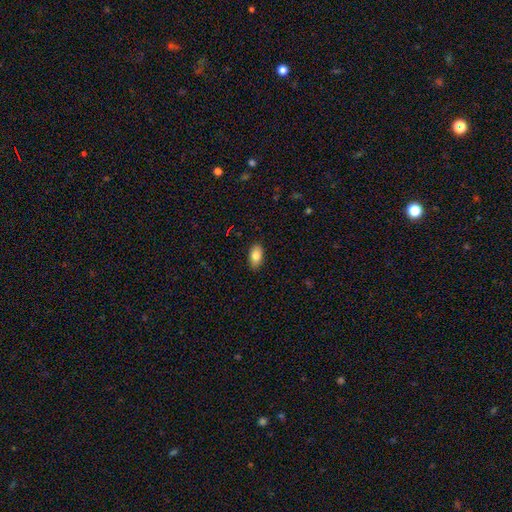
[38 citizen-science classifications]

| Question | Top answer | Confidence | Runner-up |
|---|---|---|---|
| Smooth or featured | smooth | 89% | featured or disk (5%) |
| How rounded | in between | 91% | round (9%) |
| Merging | none | 83% | minor disturbance (14%) |